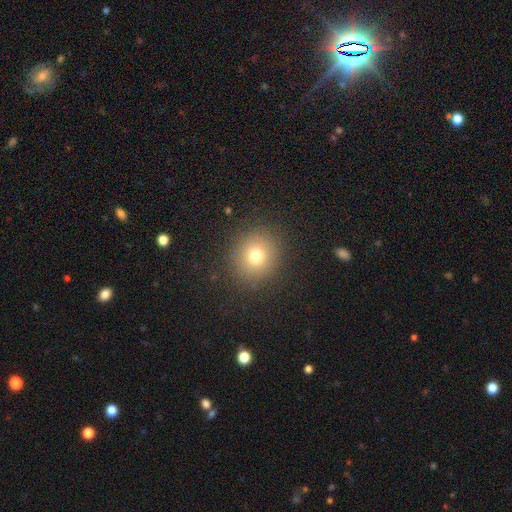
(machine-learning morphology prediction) smooth 73%, star or artifact 17%, featured or disk 11%. Down the decision tree: how rounded — round (87%); merging — none (88%).